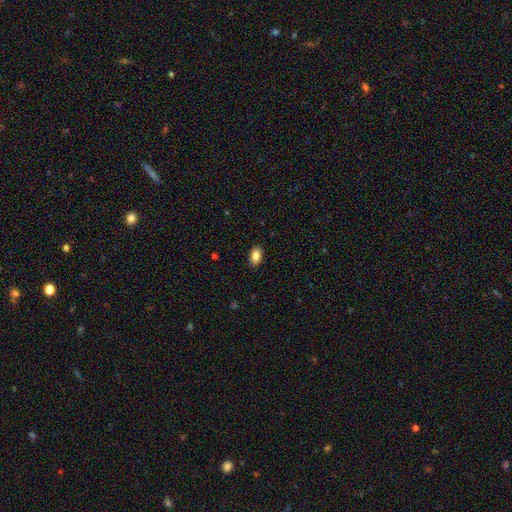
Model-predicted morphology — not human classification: smooth_or_featured: smooth (p=0.85) [alt: star or artifact p=0.08]
how_rounded: in between (p=0.89) [alt: round p=0.09]
merging: none (p=0.89) [alt: minor disturbance p=0.08]